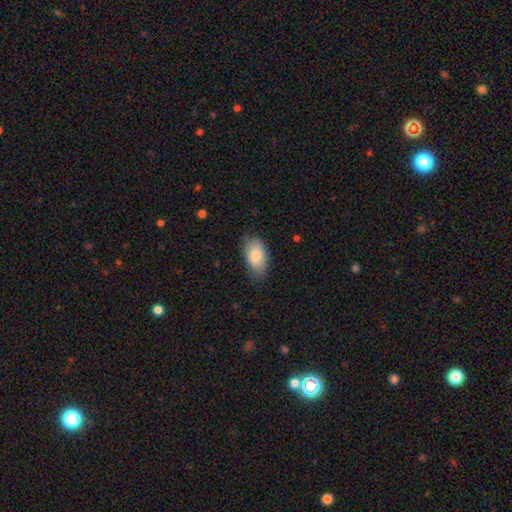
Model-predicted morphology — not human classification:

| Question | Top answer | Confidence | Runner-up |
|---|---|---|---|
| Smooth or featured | smooth | 82% | featured or disk (12%) |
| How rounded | in between | 93% | round (5%) |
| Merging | none | 77% | minor disturbance (18%) |